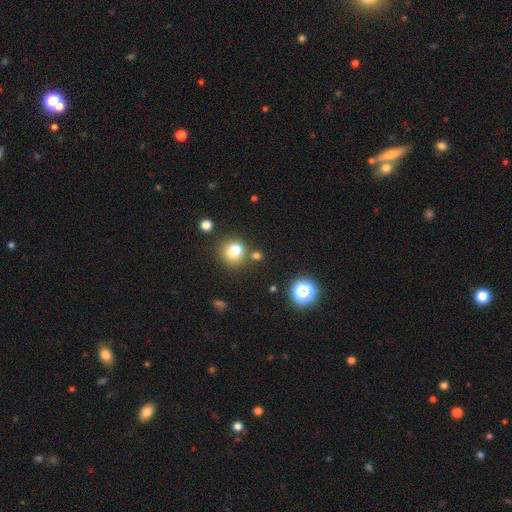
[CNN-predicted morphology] A smooth galaxy with no disk features (68%) that is round (88%). Merging: none (81%).